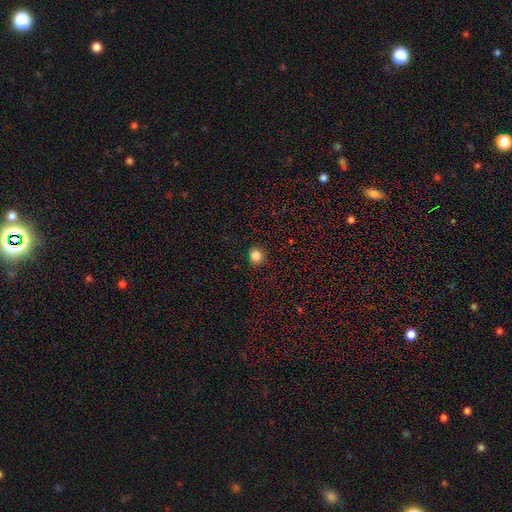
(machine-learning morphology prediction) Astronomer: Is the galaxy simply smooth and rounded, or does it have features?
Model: smooth — 84%.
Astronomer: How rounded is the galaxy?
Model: round — 88%.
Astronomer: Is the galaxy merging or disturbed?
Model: none — 90%.